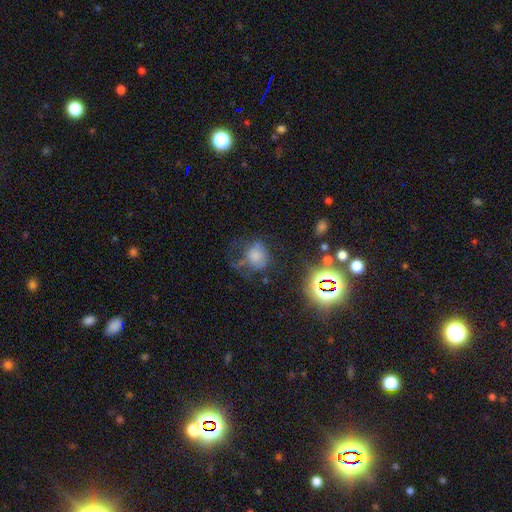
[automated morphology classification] A smooth galaxy with no disk features (65%) that is round (62%). Merging: none (37%).